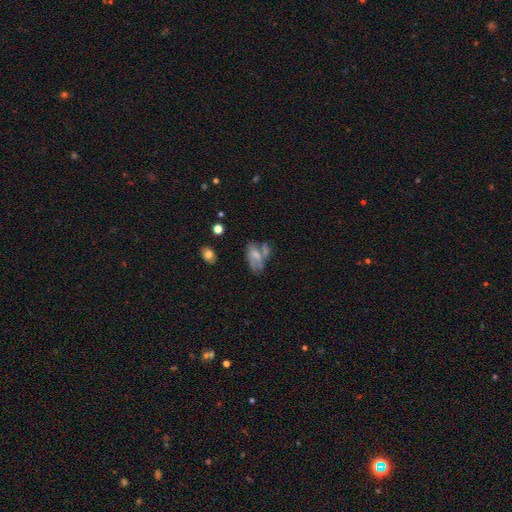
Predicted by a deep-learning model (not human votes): Smooth or featured? Predicted: smooth (p=0.51). How rounded? Predicted: in between (p=0.87). Merging? Predicted: none (p=0.33).